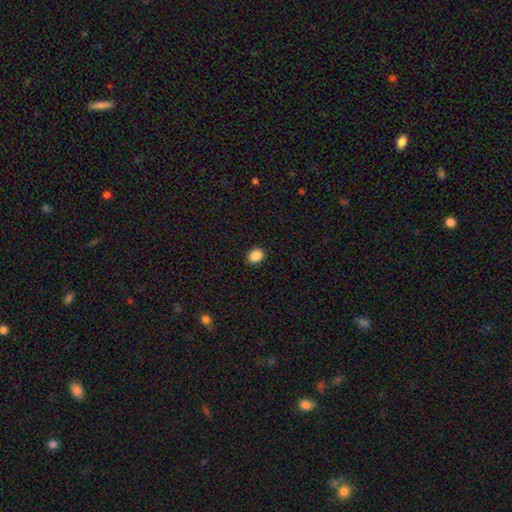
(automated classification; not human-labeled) smooth_or_featured: smooth (p=0.88) [alt: star or artifact p=0.09]
how_rounded: in between (p=0.52) [alt: round p=0.47]
merging: none (p=0.91) [alt: minor disturbance p=0.06]